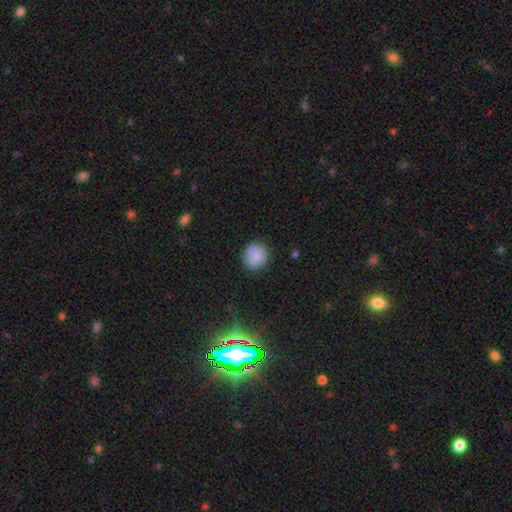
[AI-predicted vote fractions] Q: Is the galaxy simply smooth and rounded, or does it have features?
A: smooth — 83%.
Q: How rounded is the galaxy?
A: round — 83%.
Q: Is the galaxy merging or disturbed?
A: none — 80%.